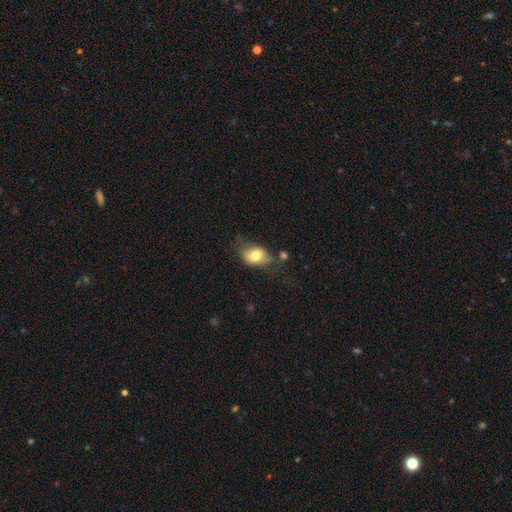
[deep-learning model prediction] This appears to be a smooth galaxy with no disk features (72%) that is in between round and cigar-shaped (73%). Merging: none (50%).